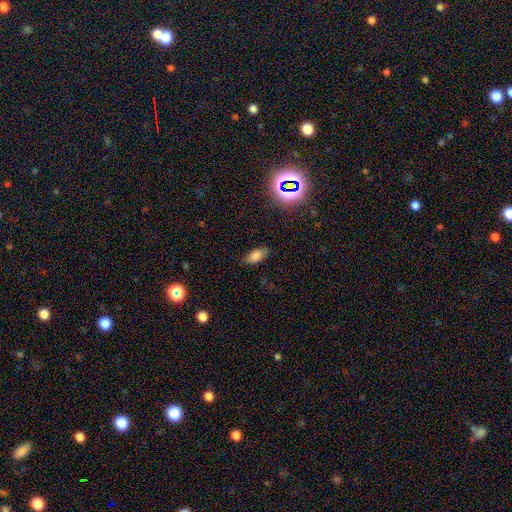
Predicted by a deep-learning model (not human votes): A smooth galaxy with no disk features (75%) that is in between round and cigar-shaped (86%). Merging: none (79%).